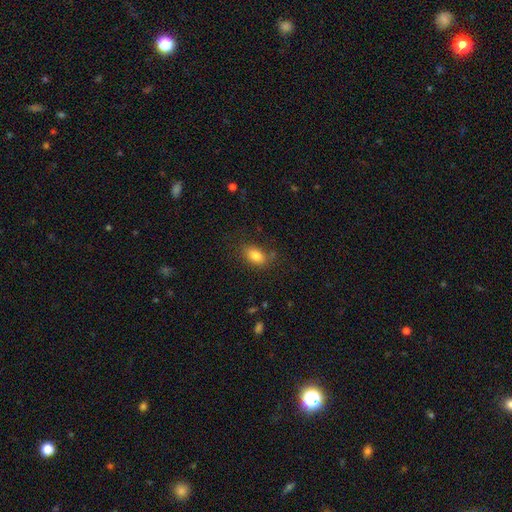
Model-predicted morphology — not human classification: Smooth or featured? Predicted: smooth (p=0.82). How rounded? Predicted: in between (p=0.85). Merging? Predicted: none (p=0.77).